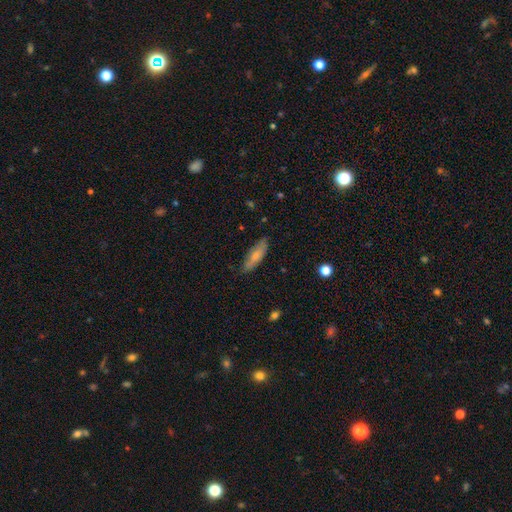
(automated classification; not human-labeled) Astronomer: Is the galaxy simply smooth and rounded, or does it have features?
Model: smooth — 69%.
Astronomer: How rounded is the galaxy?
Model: cigar-shaped — 52% (runner-up: in between, 46%).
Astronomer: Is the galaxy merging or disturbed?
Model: none — 79%.